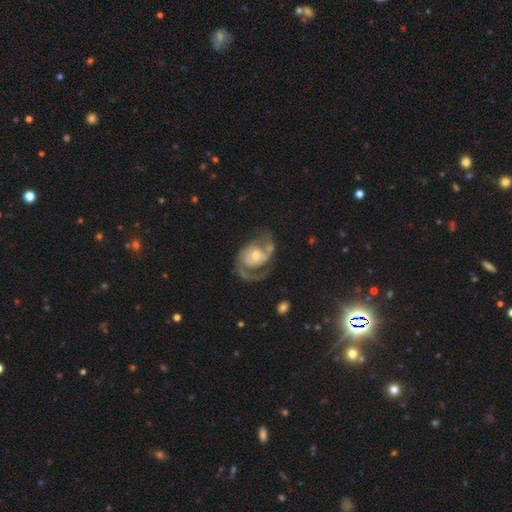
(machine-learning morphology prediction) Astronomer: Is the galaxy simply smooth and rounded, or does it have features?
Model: featured or disk — 86%.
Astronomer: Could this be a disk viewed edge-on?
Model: no — 97%.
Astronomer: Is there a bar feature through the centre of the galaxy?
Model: no — 59%.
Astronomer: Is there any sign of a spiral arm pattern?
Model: yes — 94%.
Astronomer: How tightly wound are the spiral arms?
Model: medium — 52%.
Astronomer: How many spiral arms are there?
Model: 2 — 80%.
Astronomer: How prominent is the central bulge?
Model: moderate — 54% (runner-up: small, 36%).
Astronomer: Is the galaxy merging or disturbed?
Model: none — 58%.